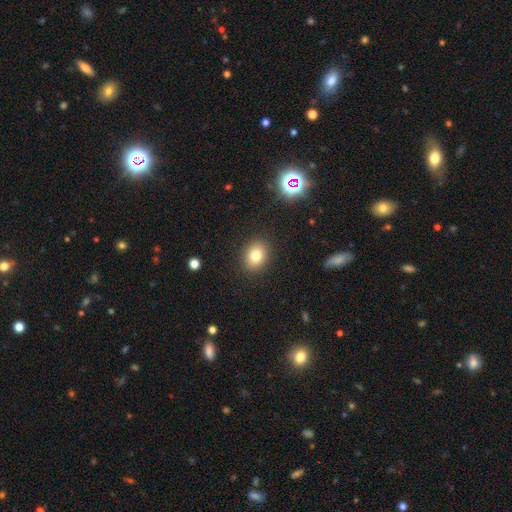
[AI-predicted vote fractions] The model was most divided on "how rounded": round: 50%, in between: 49%, cigar-shaped: 1%. More confident: merging — none (89%); smooth or featured — smooth (79%).